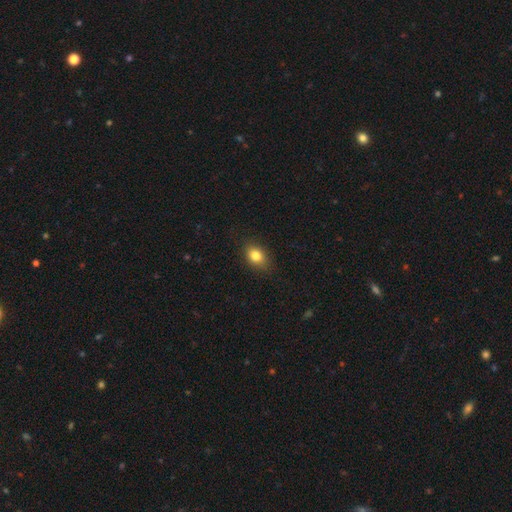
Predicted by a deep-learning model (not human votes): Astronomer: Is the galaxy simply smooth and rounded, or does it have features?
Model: smooth — 82%.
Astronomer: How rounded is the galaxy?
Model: in between — 71%.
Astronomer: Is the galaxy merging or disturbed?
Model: none — 85%.